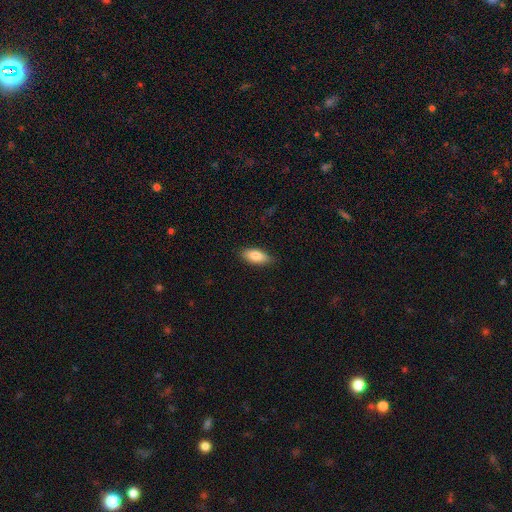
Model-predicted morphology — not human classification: A smooth galaxy with no disk features (83%) that is in between round and cigar-shaped (85%).

Vote fractions:
- Smooth or featured? smooth: 83% / featured or disk: 11% / star or artifact: 7%
- How rounded? in between: 85% / cigar-shaped: 12% / round: 3%
- Merging? none: 85% / minor disturbance: 12% / major disturbance: 2% / merger: 1%